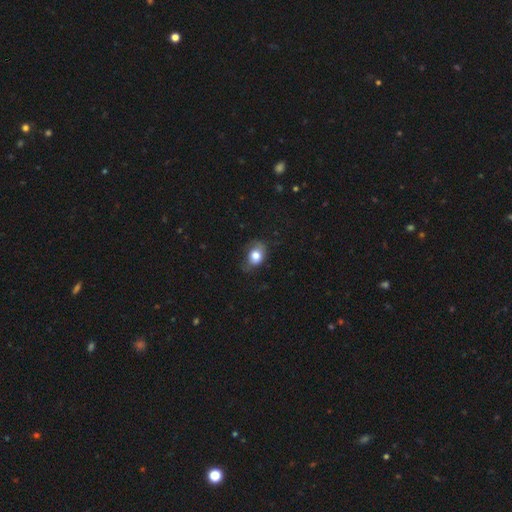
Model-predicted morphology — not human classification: The model was most divided on "merging": none: 50%, minor disturbance: 32%, major disturbance: 16%, merger: 2%. More confident: smooth or featured — smooth (76%); how rounded — in between (59%).